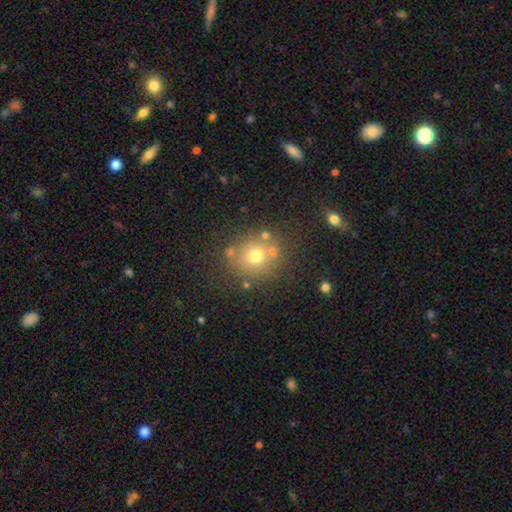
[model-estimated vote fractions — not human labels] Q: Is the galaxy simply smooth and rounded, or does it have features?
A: smooth — 67%.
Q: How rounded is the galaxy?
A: round — 88%.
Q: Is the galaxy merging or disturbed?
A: none — 76%.